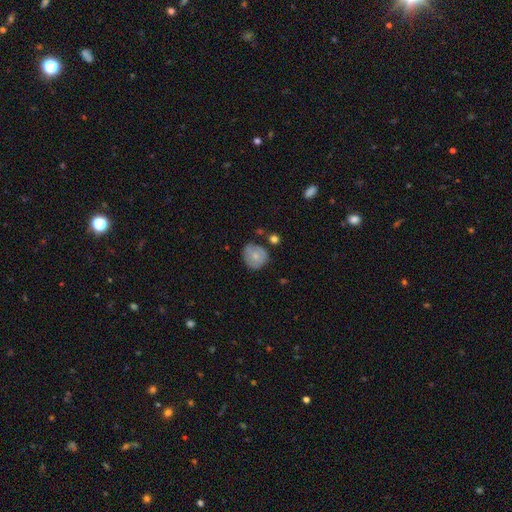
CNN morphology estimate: smooth_or_featured: smooth (p=0.68) [alt: featured or disk p=0.24]
how_rounded: round (p=0.84) [alt: in between p=0.15]
merging: none (p=0.64) [alt: minor disturbance p=0.26]